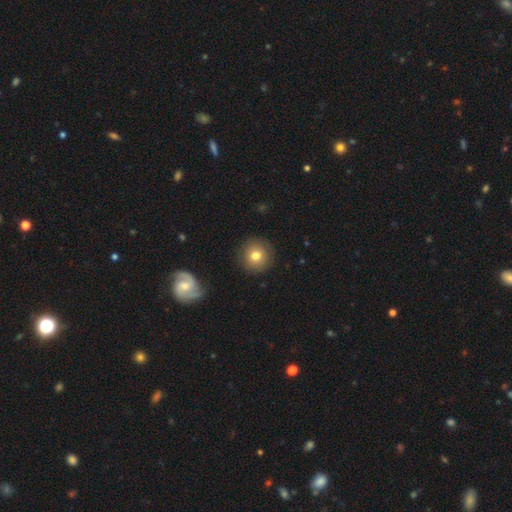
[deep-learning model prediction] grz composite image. It shows a smooth galaxy with no disk features (76%) that is round (94%). Merging: none (89%).